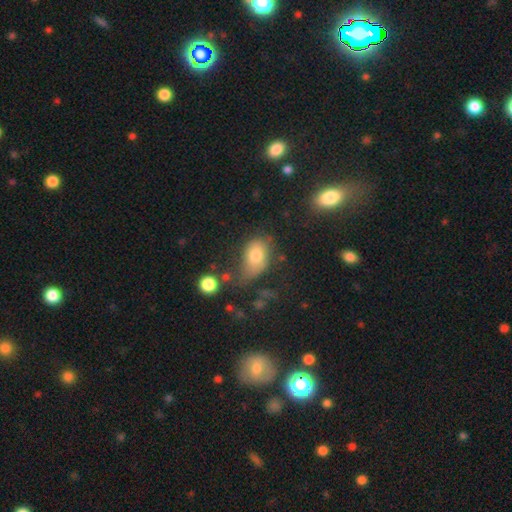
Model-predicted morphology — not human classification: Smooth or featured?
  - smooth: 74% *
  - featured or disk: 15%
  - star or artifact: 11%
How rounded?
  - in between: 84% *
  - round: 14%
  - cigar-shaped: 2%
Merging?
  - none: 38% *
  - minor disturbance: 32%
  - major disturbance: 22%
  - merger: 7%